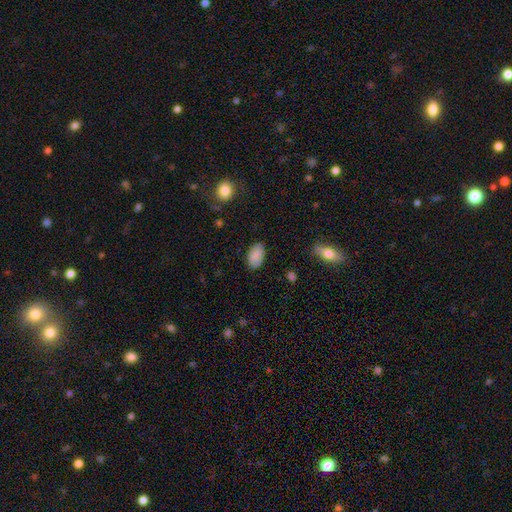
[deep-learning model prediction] smooth-or-featured: smooth: 88% | star or artifact: 7% | featured or disk: 4%
  how-rounded: in between: 94% | round: 5% | cigar-shaped: 2%
  merging: none: 85% | minor disturbance: 11% | major disturbance: 3% | merger: 1%